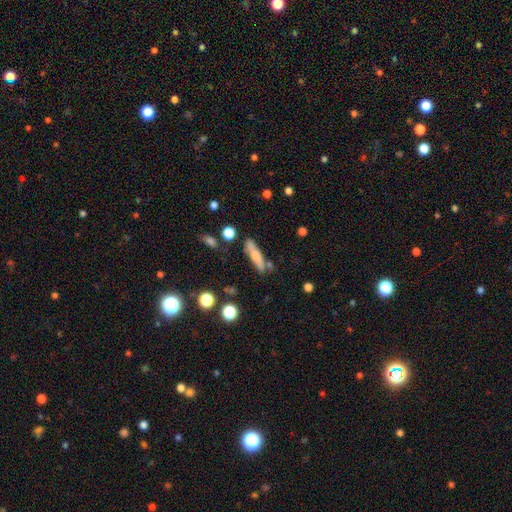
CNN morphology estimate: smooth 57%, featured or disk 35%, star or artifact 8%. Down the decision tree: how rounded — cigar-shaped (73%); merging — none (70%).